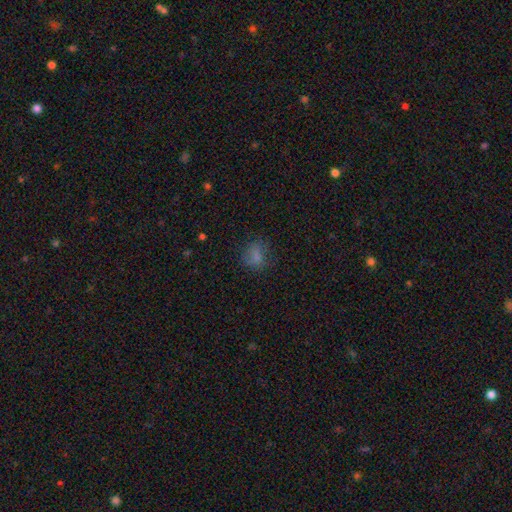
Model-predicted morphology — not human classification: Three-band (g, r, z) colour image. It shows a smooth galaxy with no disk features (73%) that is round (56%). Merging: none (66%).